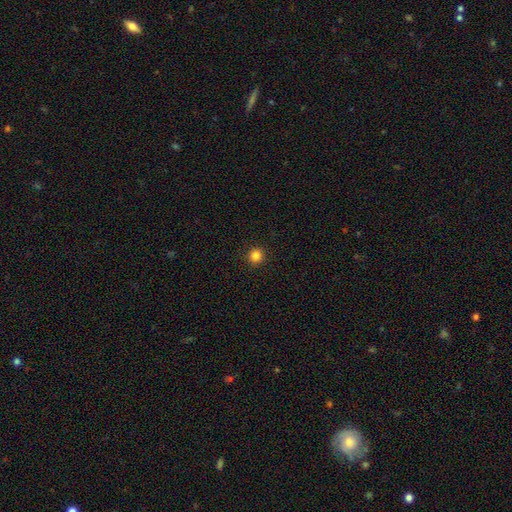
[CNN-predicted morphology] smooth_or_featured: smooth (p=0.84) [alt: star or artifact p=0.12]
how_rounded: round (p=0.92) [alt: in between p=0.07]
merging: none (p=0.93) [alt: minor disturbance p=0.05]